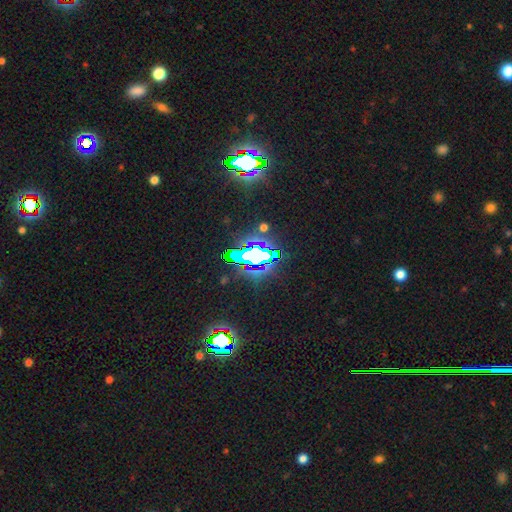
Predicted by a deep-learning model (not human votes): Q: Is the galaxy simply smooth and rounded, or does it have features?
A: star or artifact — 66%.